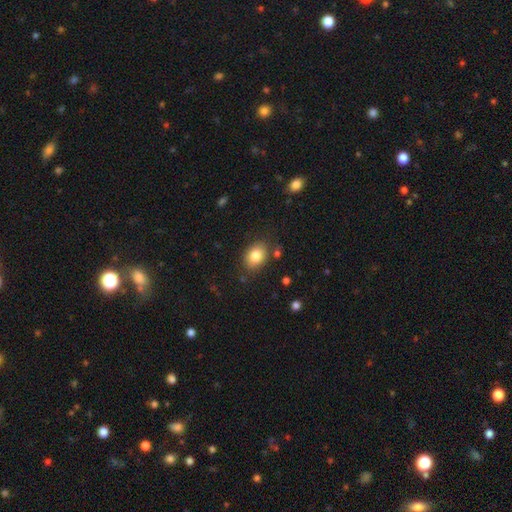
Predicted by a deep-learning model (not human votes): The model was most divided on "how rounded": in between: 69%, round: 30%, cigar-shaped: 1%. More confident: smooth or featured — smooth (83%); merging — none (82%).